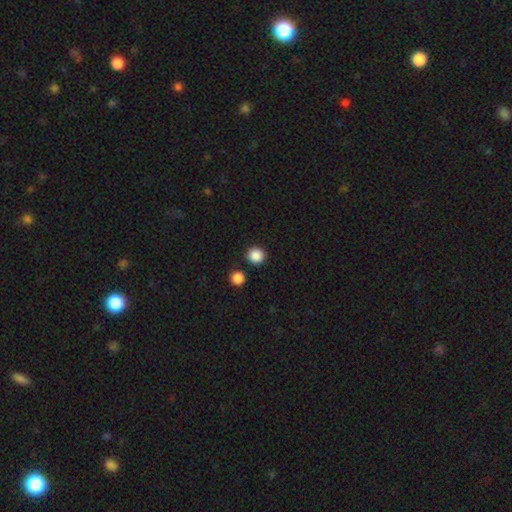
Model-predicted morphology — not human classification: type=smooth (87%); roundness=round (93%); merging=none (87%).